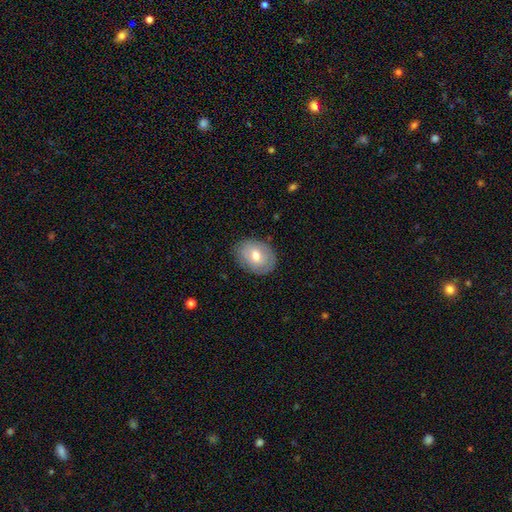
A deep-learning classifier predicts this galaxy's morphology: A smooth galaxy with no disk features (66%) that is in between round and cigar-shaped (66%). Merging: none (83%).